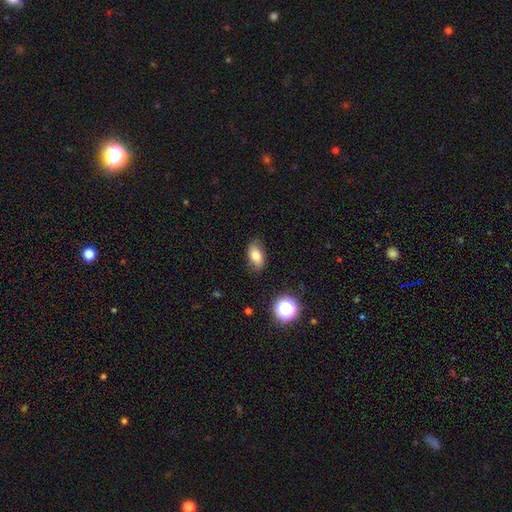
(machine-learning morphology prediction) Smooth or featured: smooth — 78% (featured or disk — 12%)
How rounded: in between — 88% (round — 9%)
Merging: none — 81% (minor disturbance — 14%)